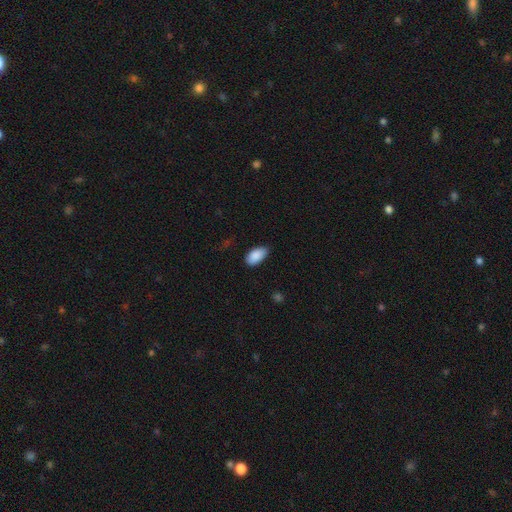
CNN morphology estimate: Smooth or featured?
  - smooth: 89% *
  - star or artifact: 6%
  - featured or disk: 4%
How rounded?
  - in between: 95% *
  - round: 3%
  - cigar-shaped: 2%
Merging?
  - none: 79% *
  - minor disturbance: 17%
  - major disturbance: 3%
  - merger: 1%